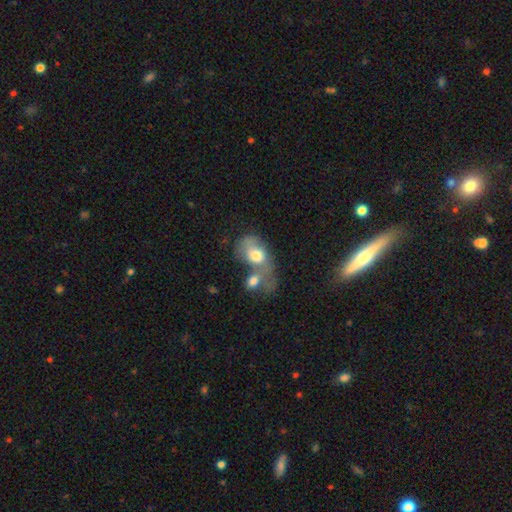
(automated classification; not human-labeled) Smooth or featured? smooth (65%)
How rounded? in between (72%)
Merging? merger (66%)